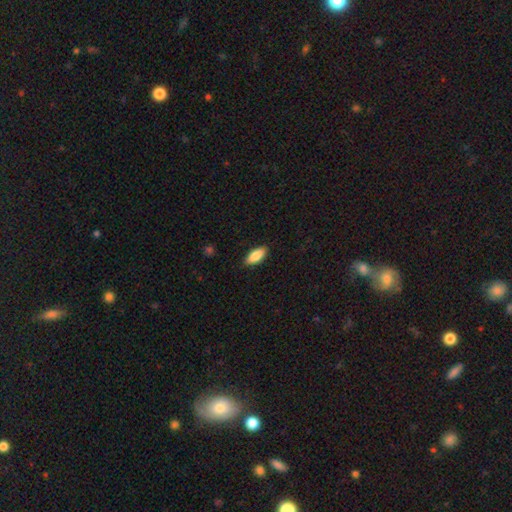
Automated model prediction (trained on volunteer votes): A smooth galaxy with no disk features (86%) that is in between round and cigar-shaped (81%).

Vote fractions:
- Smooth or featured? smooth: 86% / featured or disk: 8% / star or artifact: 6%
- How rounded? in between: 81% / cigar-shaped: 18% / round: 2%
- Merging? none: 88% / minor disturbance: 9% / major disturbance: 2% / merger: 1%